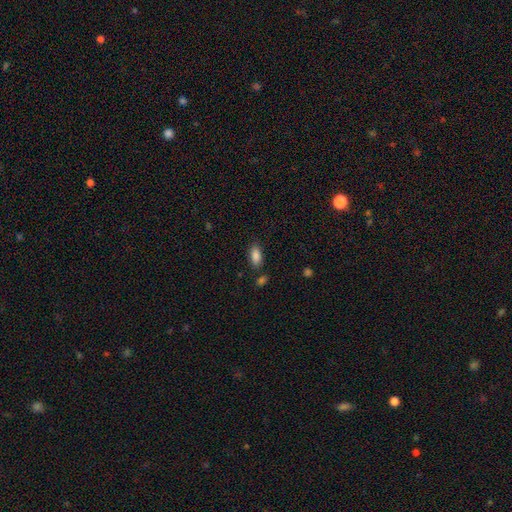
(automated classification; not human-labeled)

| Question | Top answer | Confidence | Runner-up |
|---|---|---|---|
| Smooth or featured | smooth | 87% | star or artifact (8%) |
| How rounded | in between | 89% | cigar-shaped (8%) |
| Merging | none | 79% | minor disturbance (12%) |